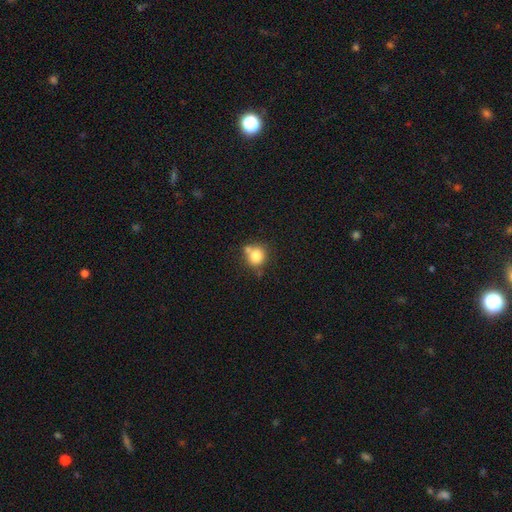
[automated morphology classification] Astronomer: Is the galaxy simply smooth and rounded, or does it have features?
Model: smooth — 79%.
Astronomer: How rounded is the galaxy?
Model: round — 80%.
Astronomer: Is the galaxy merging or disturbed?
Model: none — 53%.